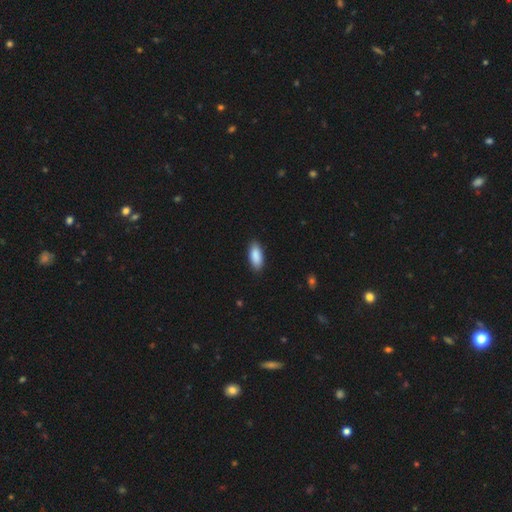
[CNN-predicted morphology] type=smooth (90%); roundness=in between (85%); merging=none (88%).